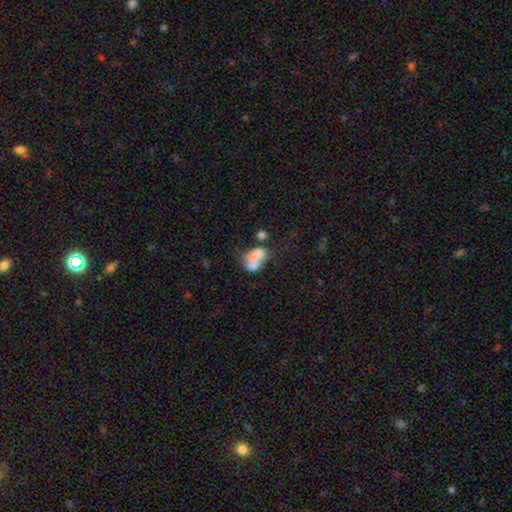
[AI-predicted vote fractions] Smooth or featured: smooth — 53% (featured or disk — 36%)
How rounded: in between — 82% (round — 17%)
Merging: merger — 44% (none — 22%)